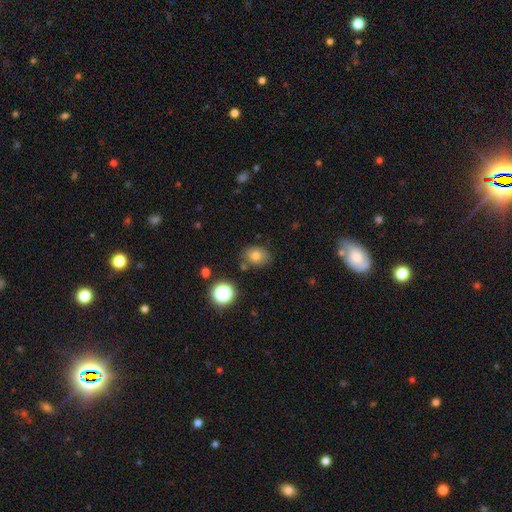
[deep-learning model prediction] smooth-or-featured: smooth: 75% | star or artifact: 14% | featured or disk: 11%
  how-rounded: in between: 63% | round: 36% | cigar-shaped: 1%
  merging: none: 75% | minor disturbance: 15% | merger: 7% | major disturbance: 4%